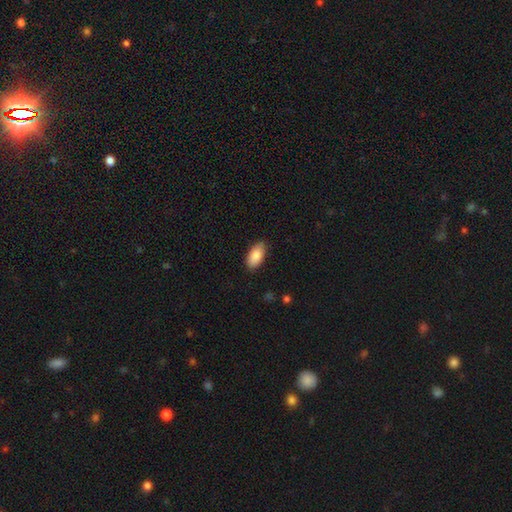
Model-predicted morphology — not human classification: Overall: smooth (87%). How rounded: in between (93%). Merging: none (85%).